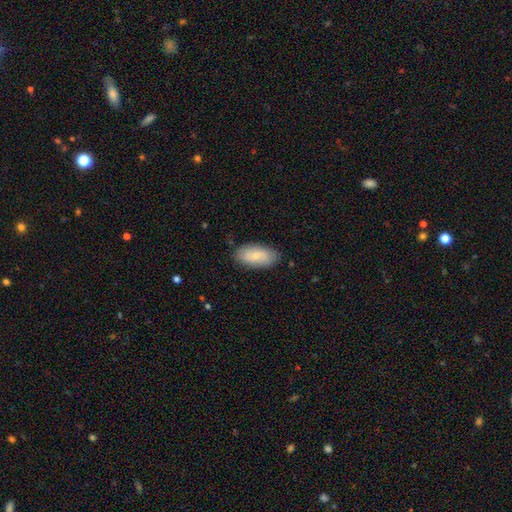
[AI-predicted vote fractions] Smooth or featured: smooth — 63% (featured or disk — 31%)
How rounded: in between — 91% (cigar-shaped — 6%)
Merging: none — 83% (minor disturbance — 14%)